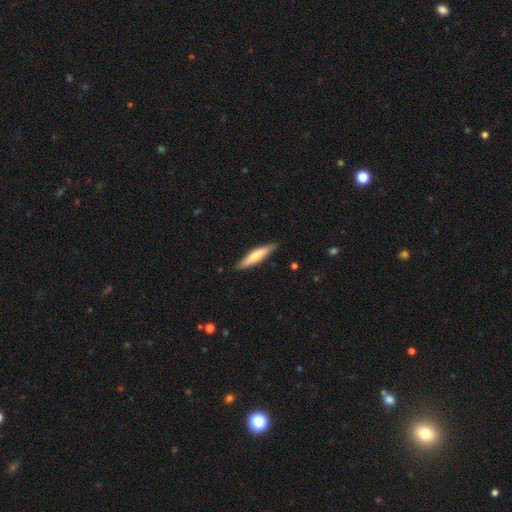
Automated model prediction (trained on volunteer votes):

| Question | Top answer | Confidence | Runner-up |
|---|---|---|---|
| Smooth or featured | smooth | 65% | featured or disk (30%) |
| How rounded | cigar-shaped | 81% | in between (18%) |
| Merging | none | 87% | minor disturbance (10%) |